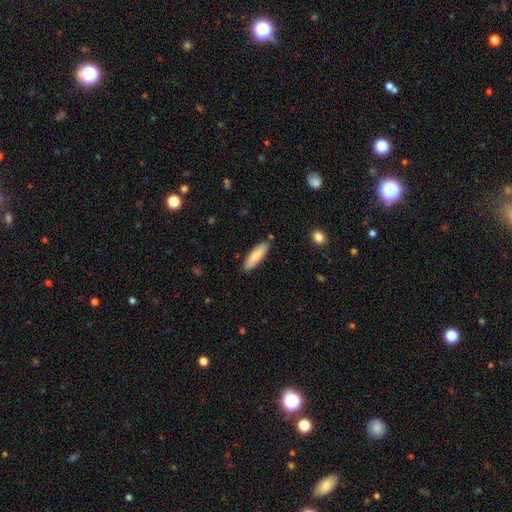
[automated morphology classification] type=smooth (80%); roundness=cigar-shaped (52%); merging=none (86%).